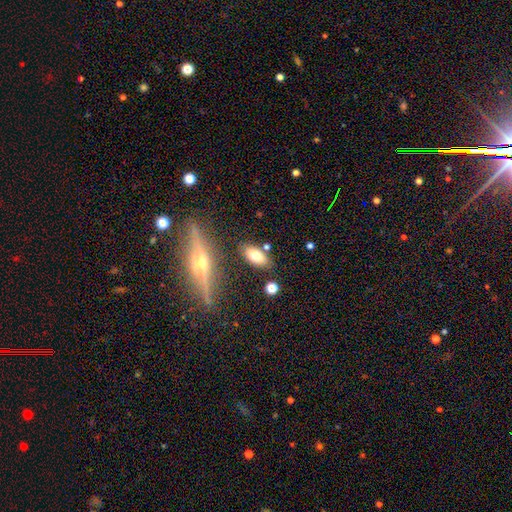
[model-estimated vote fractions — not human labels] Smooth or featured? Predicted: smooth (p=0.72). How rounded? Predicted: in between (p=0.89). Merging? Predicted: none (p=0.78).